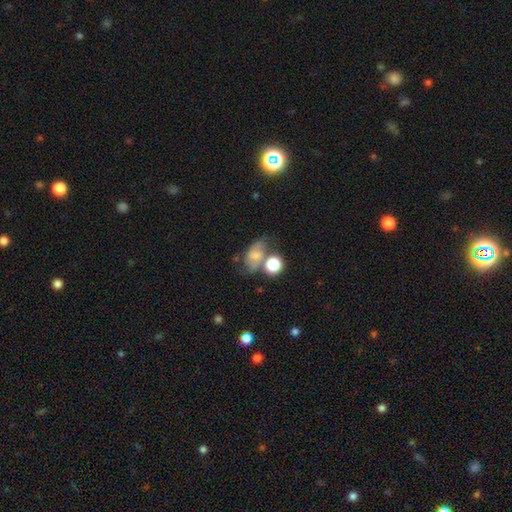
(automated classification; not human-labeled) smooth 45%, featured or disk 42%, star or artifact 12%. Down the decision tree: merging — none (42%).